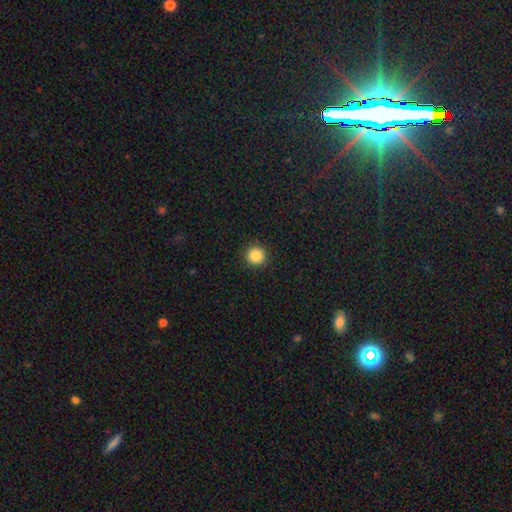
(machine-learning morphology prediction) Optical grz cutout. It shows a smooth galaxy with no disk features (87%) that is round (94%). Merging: none (92%).